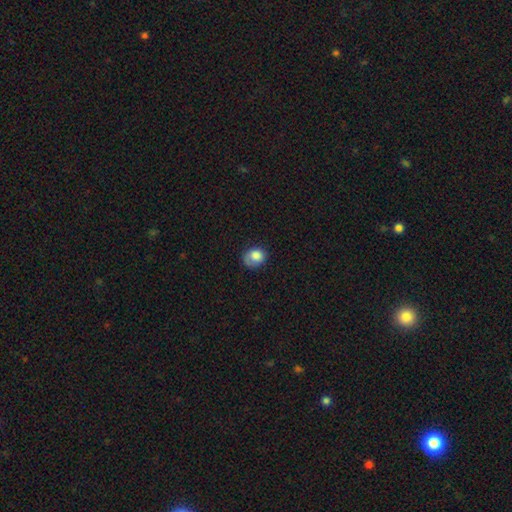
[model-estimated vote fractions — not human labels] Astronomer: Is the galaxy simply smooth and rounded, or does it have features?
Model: smooth — 80%.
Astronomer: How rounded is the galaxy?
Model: round — 61% (runner-up: in between, 38%).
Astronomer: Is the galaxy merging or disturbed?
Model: none — 58%.